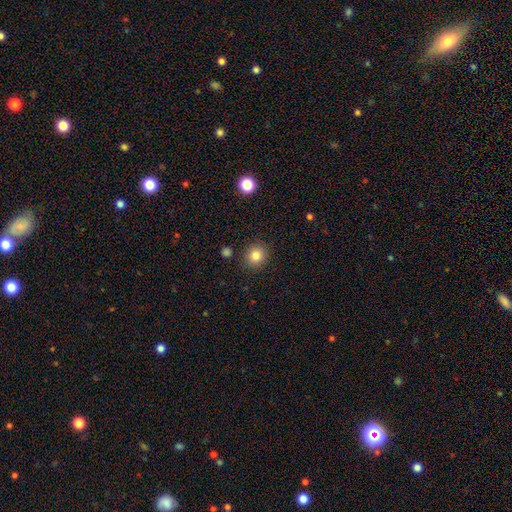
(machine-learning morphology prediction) This is clearly a smooth galaxy (82%). How rounded: clearly round (84%). Merging: clearly none (87%).